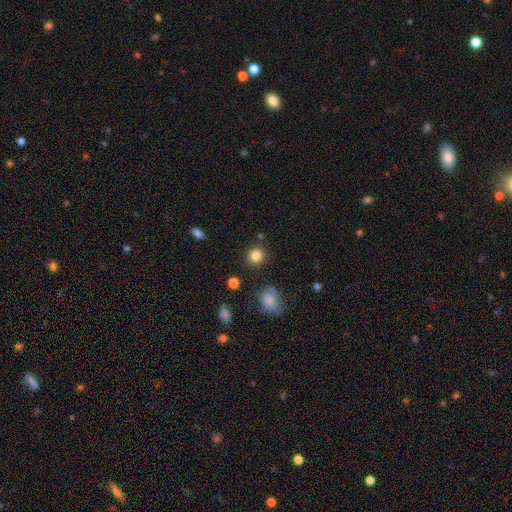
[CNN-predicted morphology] smooth 84%, star or artifact 12%, featured or disk 5%. Down the decision tree: how rounded — round (88%); merging — none (86%).